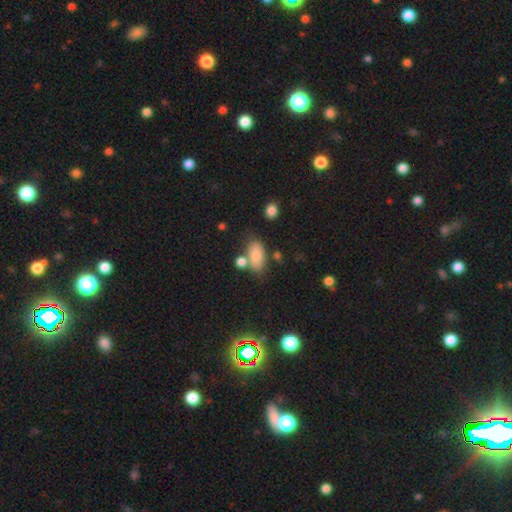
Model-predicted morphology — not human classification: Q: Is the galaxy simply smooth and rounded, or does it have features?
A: smooth — 81%.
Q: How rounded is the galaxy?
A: in between — 89%.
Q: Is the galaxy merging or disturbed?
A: none — 60%.